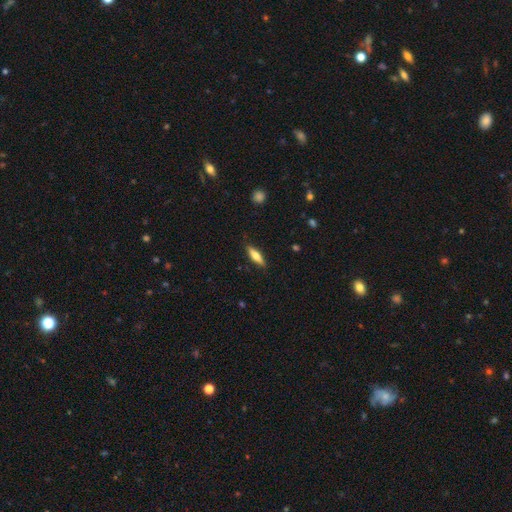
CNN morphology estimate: smooth_or_featured: smooth (p=0.59) [alt: featured or disk p=0.34]
how_rounded: cigar-shaped (p=0.65) [alt: in between p=0.33]
merging: none (p=0.87) [alt: minor disturbance p=0.10]